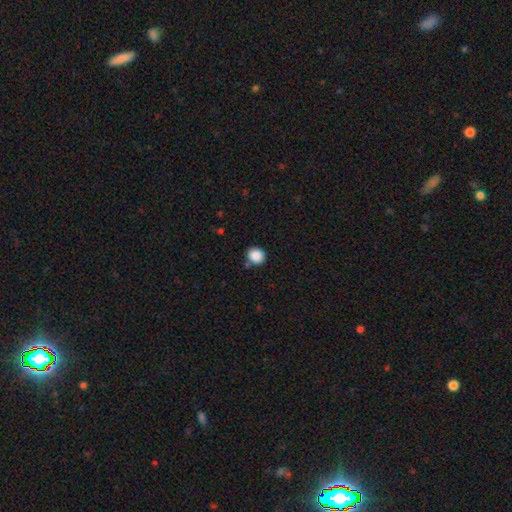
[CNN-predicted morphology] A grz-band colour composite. It shows a smooth galaxy with no disk features (87%) that is round (81%). Merging: none (82%).